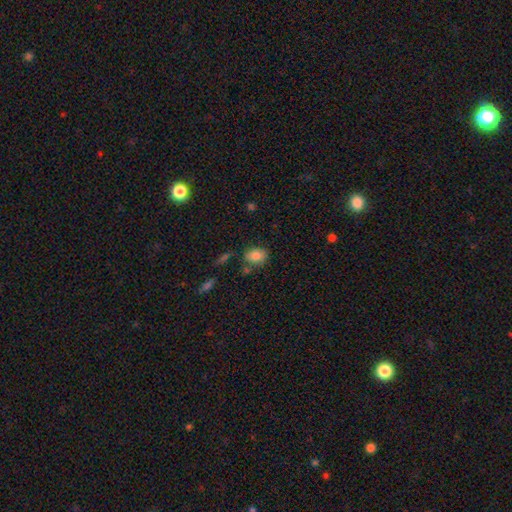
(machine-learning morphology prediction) smooth_or_featured: smooth (p=0.82) [alt: star or artifact p=0.09]
how_rounded: in between (p=0.66) [alt: round p=0.32]
merging: none (p=0.72) [alt: minor disturbance p=0.16]